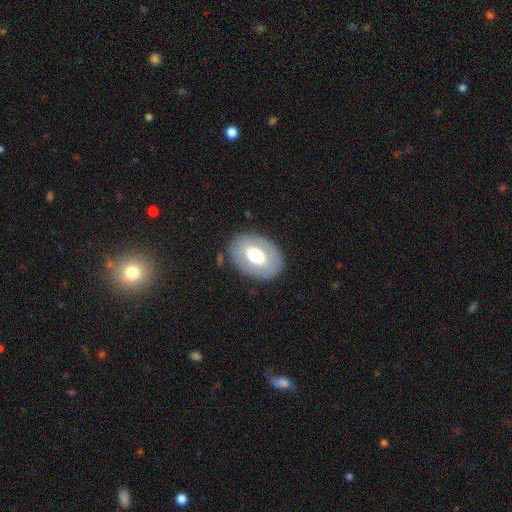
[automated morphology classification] Q: Smooth or featured?
A: smooth (52%); runner-up: featured or disk (42%)
Q: How rounded?
A: in between (79%); runner-up: round (19%)
Q: Merging?
A: none (81%); runner-up: minor disturbance (12%)